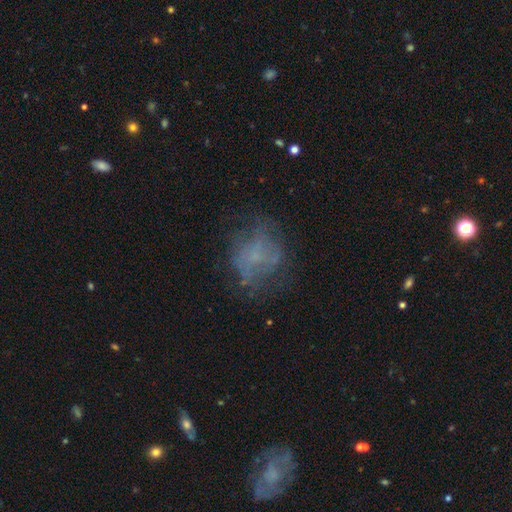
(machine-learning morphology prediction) A featured or disk galaxy (45%).

Vote fractions:
- Smooth or featured? featured or disk: 45% / smooth: 37% / star or artifact: 18%
- Merging? none: 57% / major disturbance: 21% / minor disturbance: 20% / merger: 2%